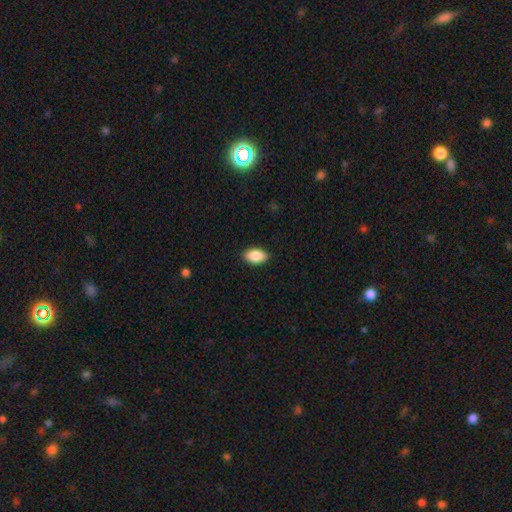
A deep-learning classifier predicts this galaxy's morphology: Smooth or featured: smooth — 88% (star or artifact — 7%)
How rounded: in between — 93% (round — 5%)
Merging: none — 90% (minor disturbance — 7%)